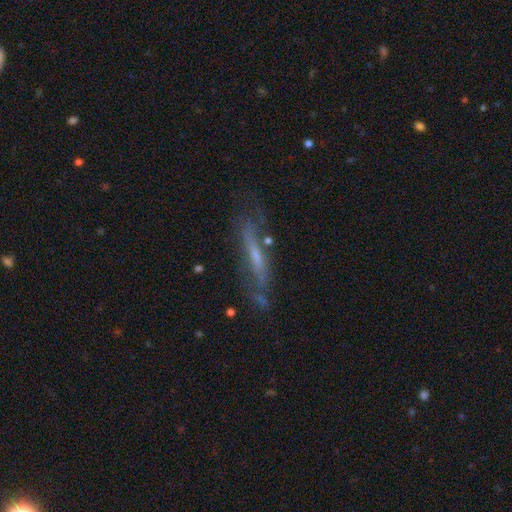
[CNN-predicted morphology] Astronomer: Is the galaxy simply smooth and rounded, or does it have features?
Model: featured or disk — 62%.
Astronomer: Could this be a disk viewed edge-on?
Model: yes — 66%.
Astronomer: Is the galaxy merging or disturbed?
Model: none — 60%.